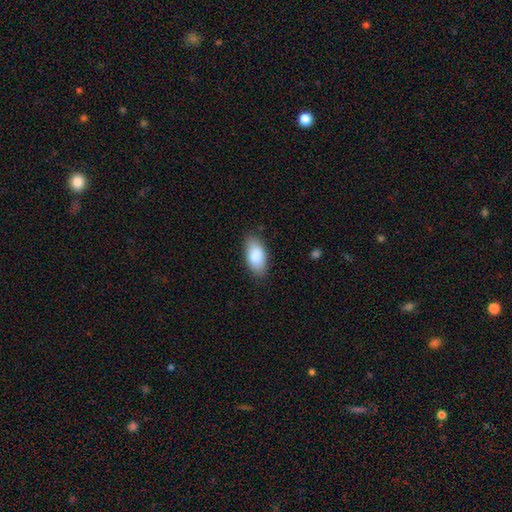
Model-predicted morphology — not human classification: Overall: smooth (86%). How rounded: in between (92%). Merging: none (83%).